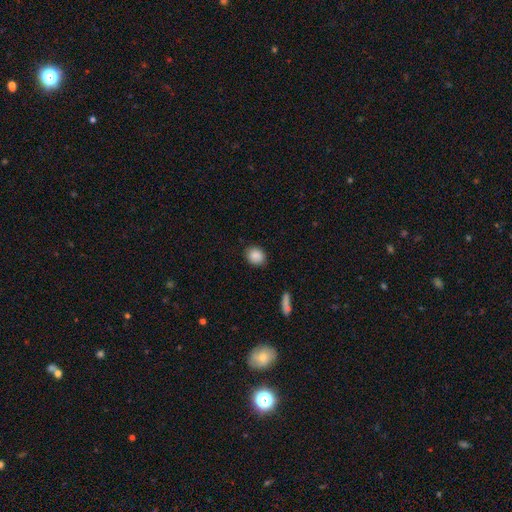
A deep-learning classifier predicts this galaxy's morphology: A smooth galaxy with no disk features (88%) that is round (52%). Merging: none (84%).